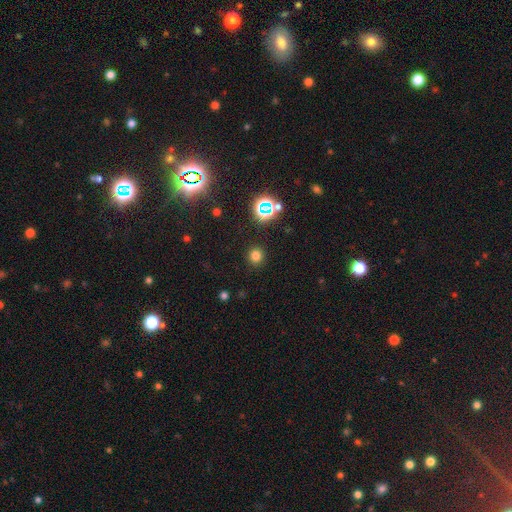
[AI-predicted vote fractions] Overall: smooth (74%). How rounded: round (91%). Merging: none (90%).